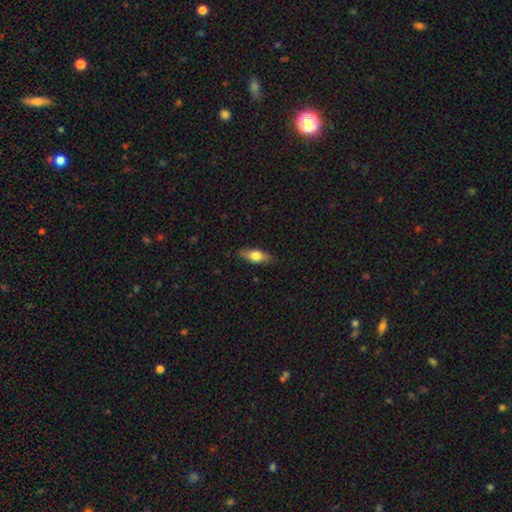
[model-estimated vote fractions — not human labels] smooth-or-featured: smooth: 70% | featured or disk: 24% | star or artifact: 6%
  how-rounded: in between: 75% | cigar-shaped: 22% | round: 4%
  merging: none: 85% | minor disturbance: 12% | major disturbance: 2% | merger: 1%